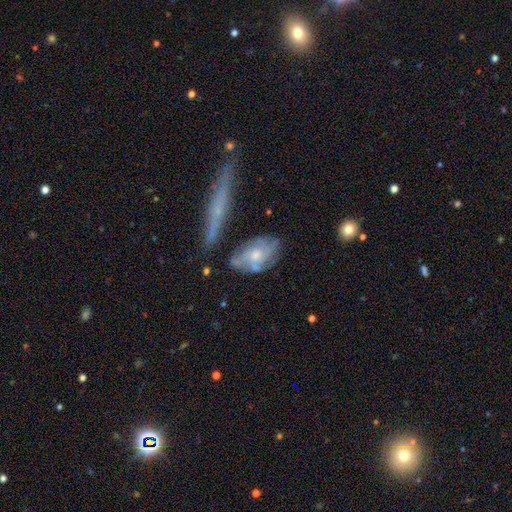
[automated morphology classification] Smooth or featured: featured or disk — 65% (smooth — 29%)
Edge-on disk: no — 91% (yes — 9%)
Bar: no — 78% (weak — 19%)
Spiral arms: yes — 73% (no — 27%)
Bulge size: moderate — 52% (small — 35%)
Merging: none — 57% (minor disturbance — 23%)